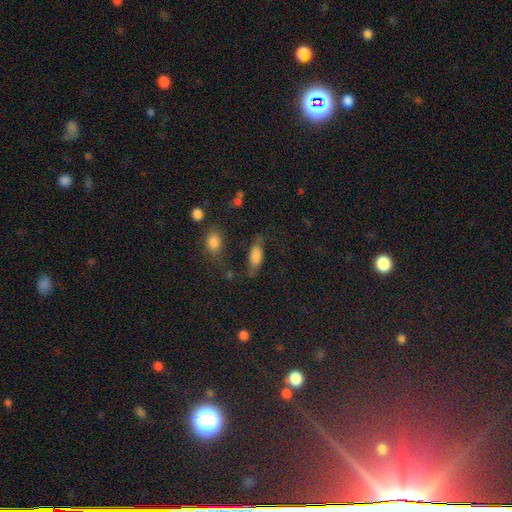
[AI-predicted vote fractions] smooth_or_featured: smooth (p=0.73) [alt: featured or disk p=0.15]
how_rounded: in between (p=0.83) [alt: cigar-shaped p=0.13]
merging: none (p=0.53) [alt: minor disturbance p=0.24]